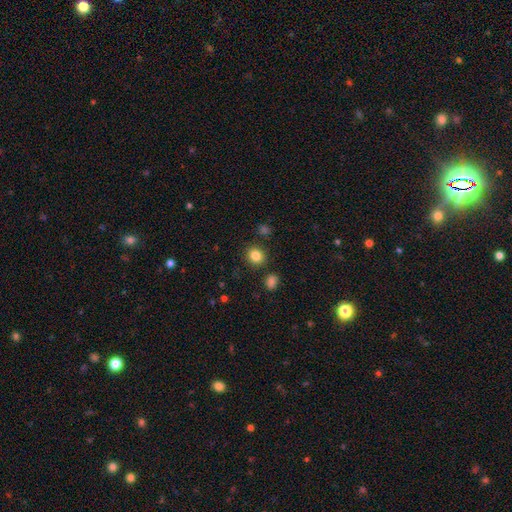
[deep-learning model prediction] smooth 84%, star or artifact 11%, featured or disk 5%. Down the decision tree: how rounded — round (76%); merging — none (86%).